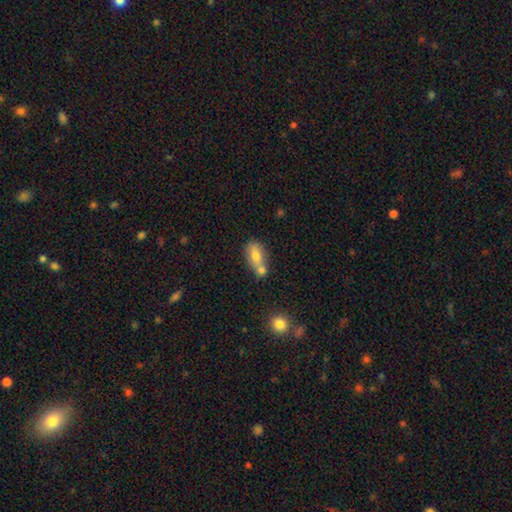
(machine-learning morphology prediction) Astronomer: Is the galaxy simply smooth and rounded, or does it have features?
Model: smooth — 72%.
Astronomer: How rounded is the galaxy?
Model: in between — 82%.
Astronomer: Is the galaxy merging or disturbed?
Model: merger — 43% (runner-up: none, 40%).